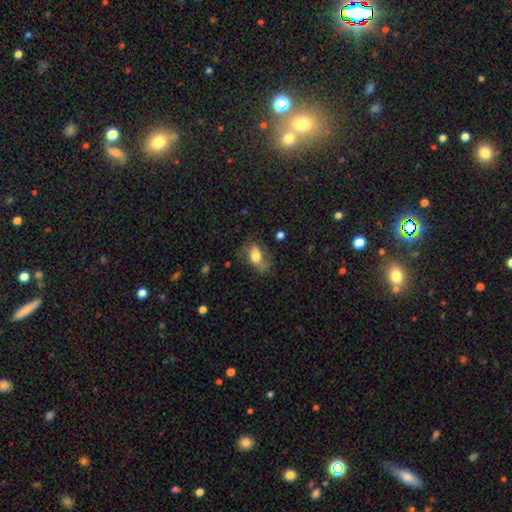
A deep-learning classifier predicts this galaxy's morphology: smooth 67%, featured or disk 23%, star or artifact 9%. Down the decision tree: how rounded — in between (83%); merging — none (54%).